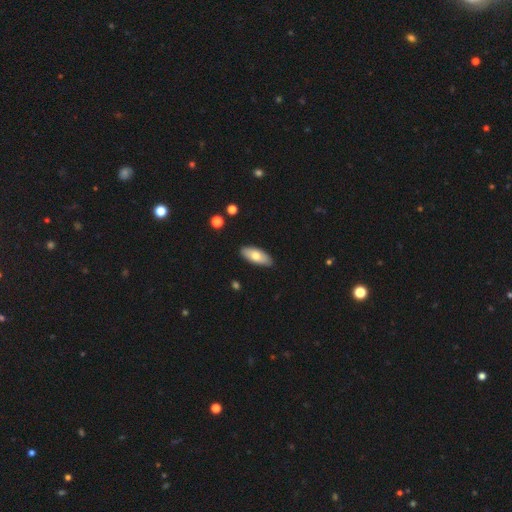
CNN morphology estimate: Overall: smooth (71%). How rounded: in between (83%). Merging: none (87%).